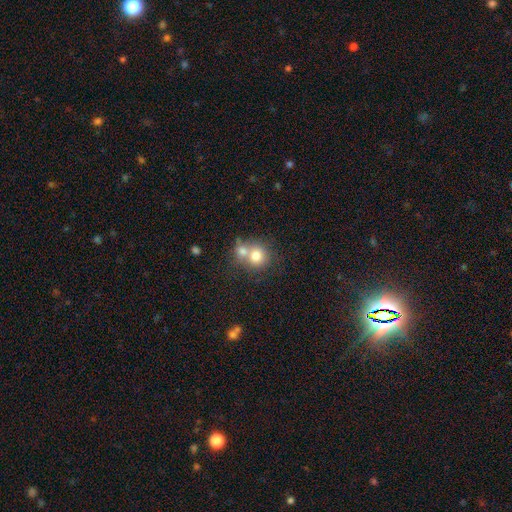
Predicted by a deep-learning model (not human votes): Morphology: type=smooth (74%); roundness=round (82%); merging=merger (53%).